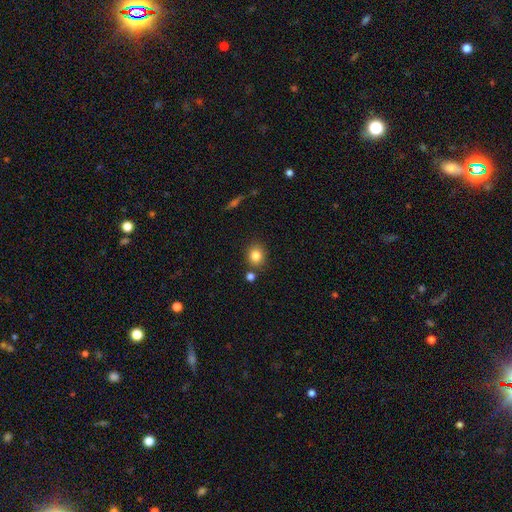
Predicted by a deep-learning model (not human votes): This is clearly a smooth galaxy (83%). How rounded: likely round (72%). Merging: likely none (80%).